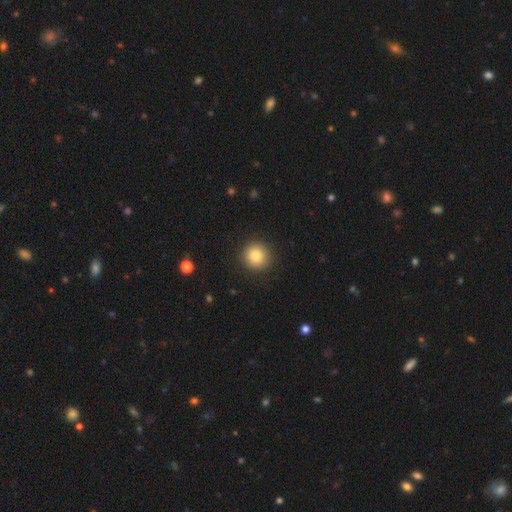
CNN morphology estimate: Q: Smooth or featured?
A: smooth (83%); runner-up: star or artifact (10%)
Q: How rounded?
A: round (94%); runner-up: in between (5%)
Q: Merging?
A: none (92%); runner-up: minor disturbance (5%)